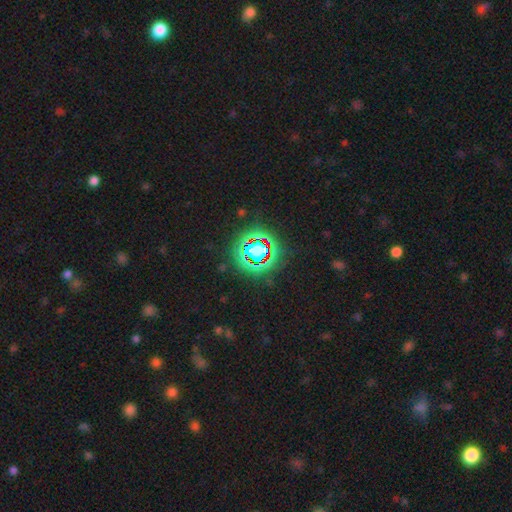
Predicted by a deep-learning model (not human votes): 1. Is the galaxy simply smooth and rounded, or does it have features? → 77% star or artifact, 14% smooth, 8% featured or disk.